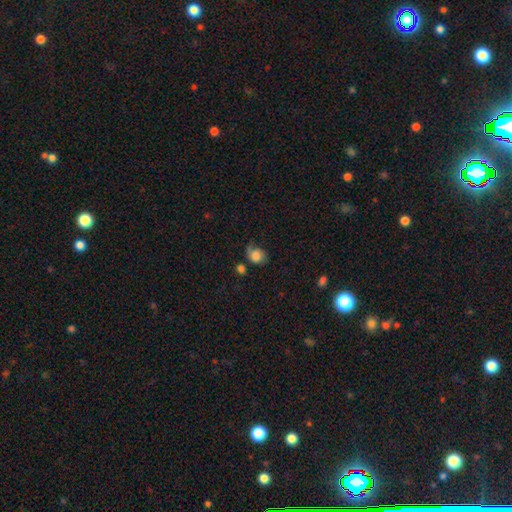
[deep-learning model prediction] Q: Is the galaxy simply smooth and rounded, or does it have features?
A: smooth — 71%.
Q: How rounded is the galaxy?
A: round — 52%.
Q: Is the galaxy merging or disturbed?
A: none — 44%.